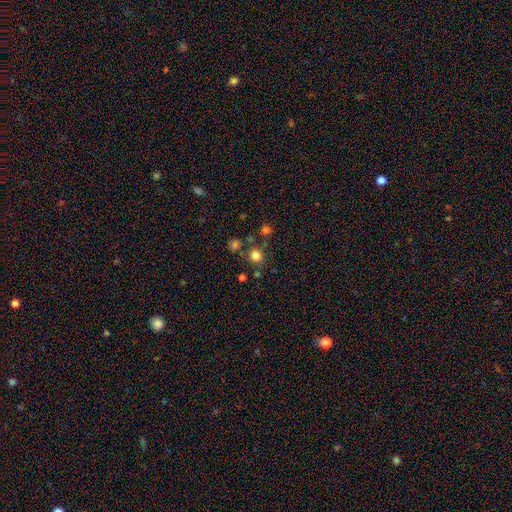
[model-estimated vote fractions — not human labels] The model was most divided on "smooth or featured": smooth: 78%, star or artifact: 16%, featured or disk: 6%. More confident: how rounded — round (91%); merging — none (76%).